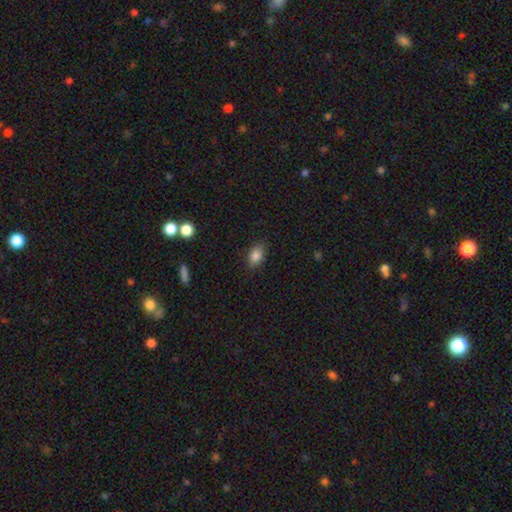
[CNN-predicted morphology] Smooth or featured: smooth — 85% (star or artifact — 10%)
How rounded: in between — 83% (round — 15%)
Merging: none — 85% (minor disturbance — 11%)